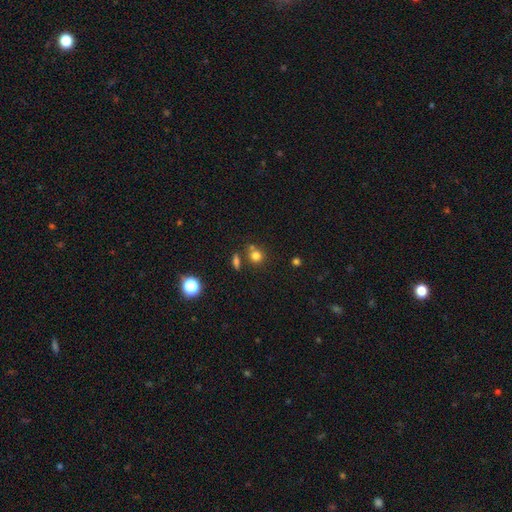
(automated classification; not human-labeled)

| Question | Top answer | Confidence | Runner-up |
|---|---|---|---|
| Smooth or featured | smooth | 77% | star or artifact (15%) |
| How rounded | round | 84% | in between (14%) |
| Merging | none | 65% | merger (20%) |